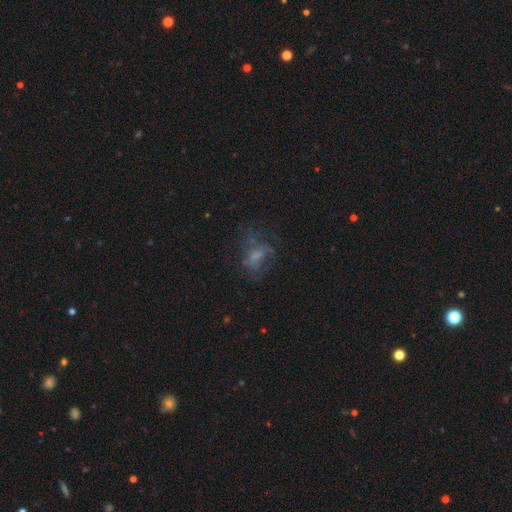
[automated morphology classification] type=featured or disk (43%); merging=none (49%).